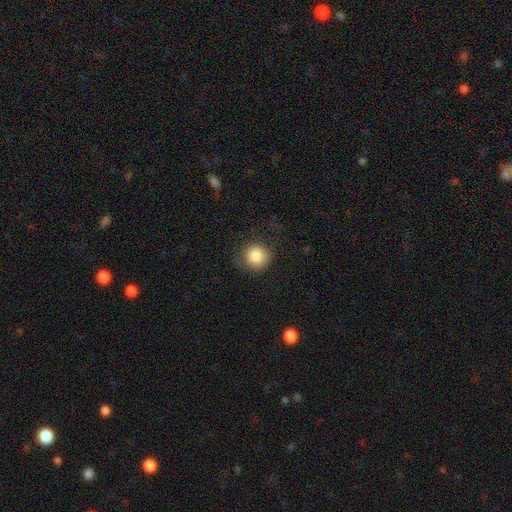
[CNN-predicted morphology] type=smooth (86%); roundness=round (92%); merging=none (78%).